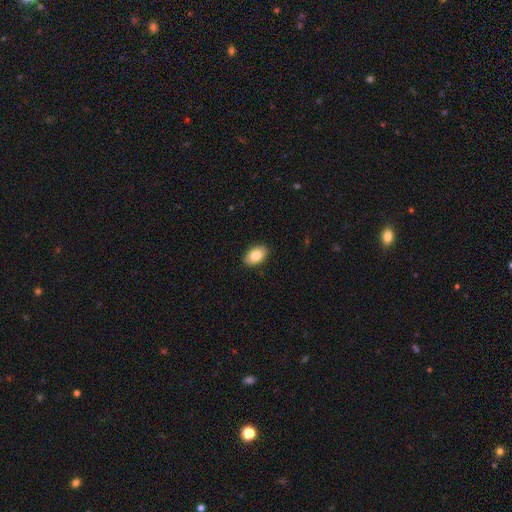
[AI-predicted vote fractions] smooth_or_featured: smooth (p=0.84) [alt: featured or disk p=0.09]
how_rounded: in between (p=0.89) [alt: round p=0.10]
merging: none (p=0.89) [alt: minor disturbance p=0.08]